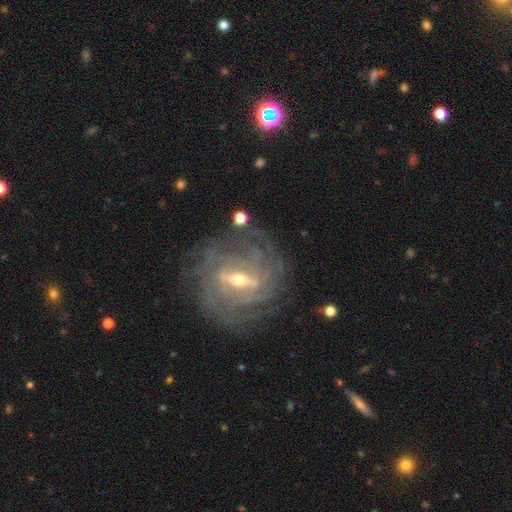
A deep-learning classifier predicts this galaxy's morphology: Q: Smooth or featured?
A: featured or disk (85%); runner-up: star or artifact (8%)
Q: Edge-on disk?
A: no (89%); runner-up: yes (11%)
Q: Bar?
A: strong (59%); runner-up: weak (32%)
Q: Spiral arms?
A: yes (92%); runner-up: no (8%)
Q: Spiral winding?
A: tight (73%); runner-up: medium (21%)
Q: Spiral arm count?
A: can't tell (38%); runner-up: 4 (19%)
Q: Bulge size?
A: moderate (54%); runner-up: small (40%)
Q: Merging?
A: none (78%); runner-up: minor disturbance (13%)